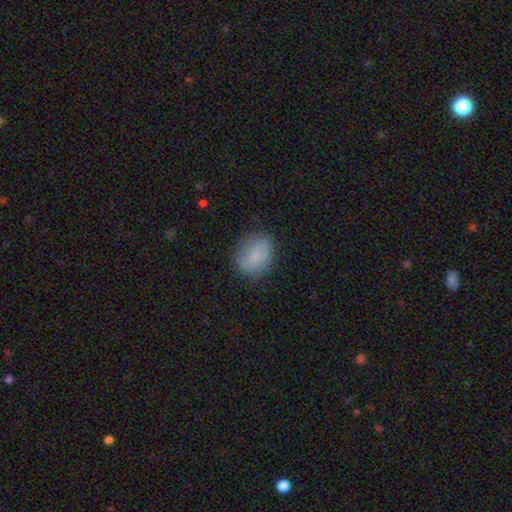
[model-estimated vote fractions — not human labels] Smooth or featured: smooth — 76% (featured or disk — 16%)
How rounded: in between — 58% (round — 40%)
Merging: none — 74% (minor disturbance — 19%)